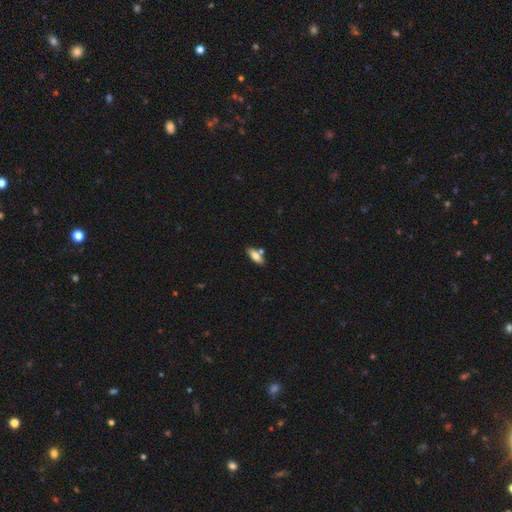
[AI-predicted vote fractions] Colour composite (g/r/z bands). It shows a smooth galaxy with no disk features (72%) that is in between round and cigar-shaped (67%). Merging: none (71%).